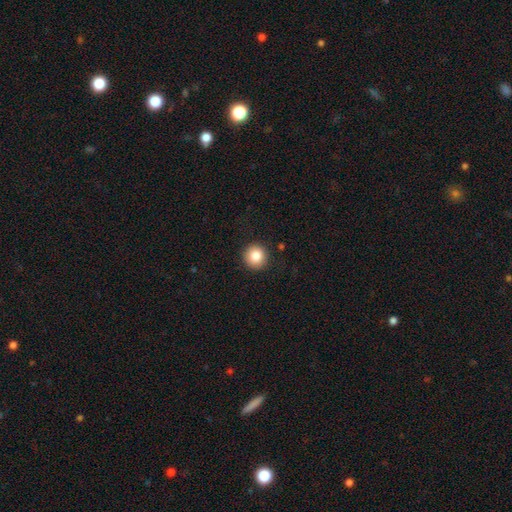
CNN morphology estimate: smooth-or-featured: smooth: 84% | star or artifact: 10% | featured or disk: 6%
  how-rounded: round: 95% | in between: 5% | cigar-shaped: 1%
  merging: none: 91% | minor disturbance: 6% | major disturbance: 2% | merger: 1%